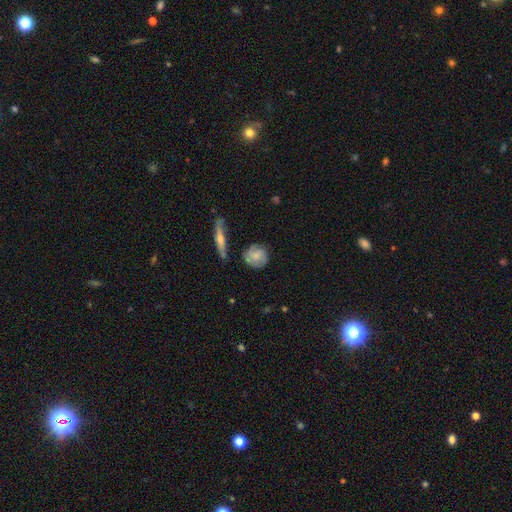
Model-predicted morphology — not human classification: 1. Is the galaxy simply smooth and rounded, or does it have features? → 50% featured or disk, 43% smooth, 7% star or artifact.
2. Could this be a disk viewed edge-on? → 92% no, 8% yes.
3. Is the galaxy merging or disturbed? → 67% none, 21% minor disturbance, 7% major disturbance, 5% merger.